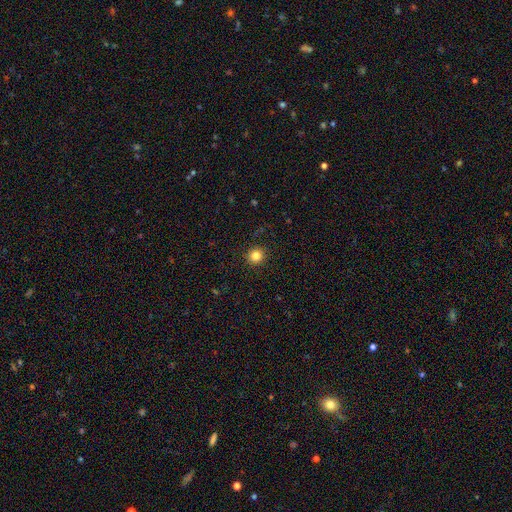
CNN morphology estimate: The model was most divided on "smooth or featured": smooth: 83%, star or artifact: 12%, featured or disk: 5%. More confident: how rounded — round (93%); merging — none (92%).